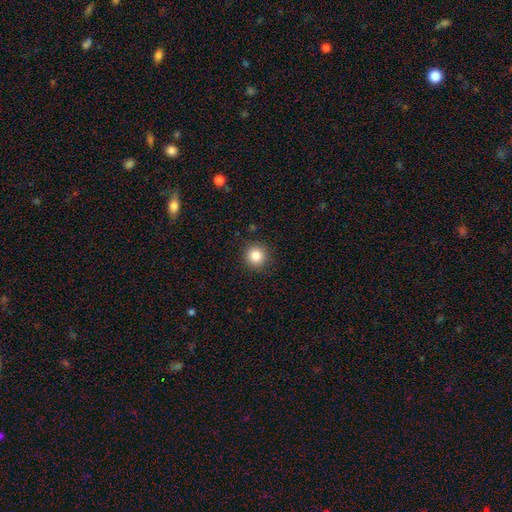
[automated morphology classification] A smooth galaxy with no disk features (85%) that is round (94%). Merging: none (90%).